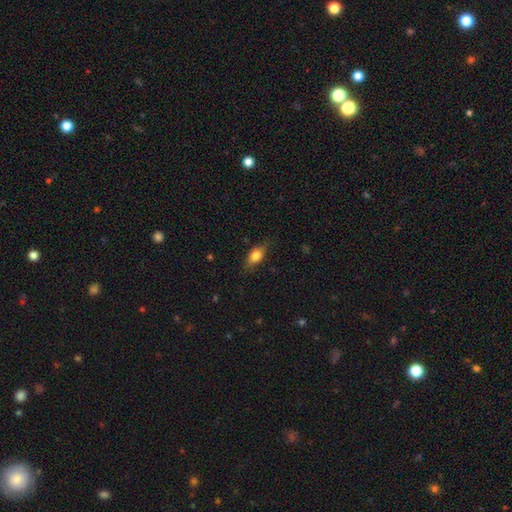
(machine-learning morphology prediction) A smooth galaxy with no disk features (73%) that is in between round and cigar-shaped (77%).

Vote fractions:
- Smooth or featured? smooth: 73% / featured or disk: 19% / star or artifact: 8%
- How rounded? in between: 77% / cigar-shaped: 14% / round: 9%
- Merging? none: 75% / minor disturbance: 19% / major disturbance: 5% / merger: 1%